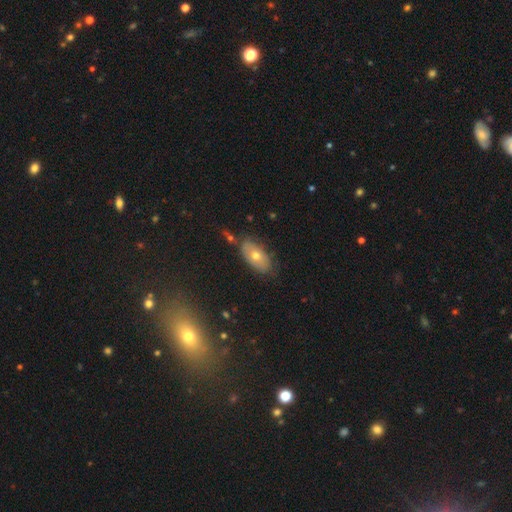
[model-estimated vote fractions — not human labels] A smooth galaxy with no disk features (59%) that is in between round and cigar-shaped (90%). Merging: none (74%).